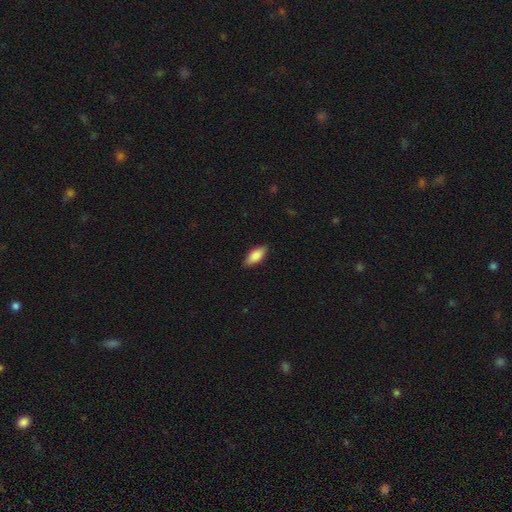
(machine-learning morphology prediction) Smooth or featured?
  - smooth: 85% *
  - featured or disk: 9%
  - star or artifact: 6%
How rounded?
  - in between: 85% *
  - cigar-shaped: 13%
  - round: 2%
Merging?
  - none: 87% *
  - minor disturbance: 10%
  - major disturbance: 2%
  - merger: 1%